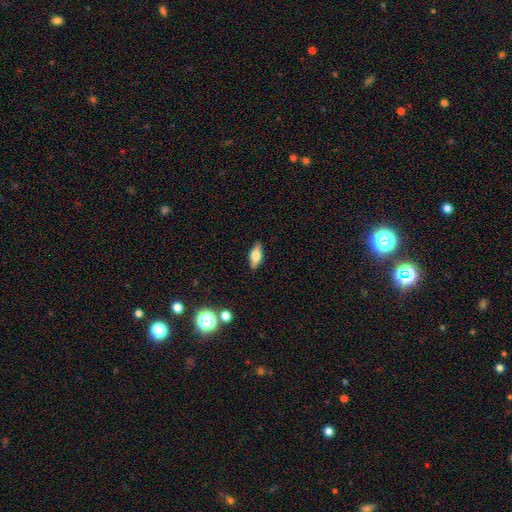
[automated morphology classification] A smooth galaxy with no disk features (56%) that is in between round and cigar-shaped (76%).

Vote fractions:
- Smooth or featured? smooth: 56% / featured or disk: 36% / star or artifact: 8%
- How rounded? in between: 76% / cigar-shaped: 19% / round: 4%
- Merging? none: 87% / minor disturbance: 10% / major disturbance: 2% / merger: 1%